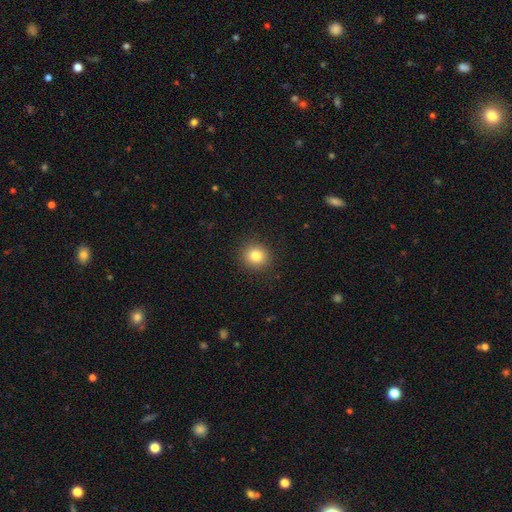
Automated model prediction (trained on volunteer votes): A smooth galaxy with no disk features (82%) that is round (90%).

Vote fractions:
- Smooth or featured? smooth: 82% / star or artifact: 11% / featured or disk: 7%
- How rounded? round: 90% / in between: 9% / cigar-shaped: 1%
- Merging? none: 91% / minor disturbance: 6% / major disturbance: 2% / merger: 1%